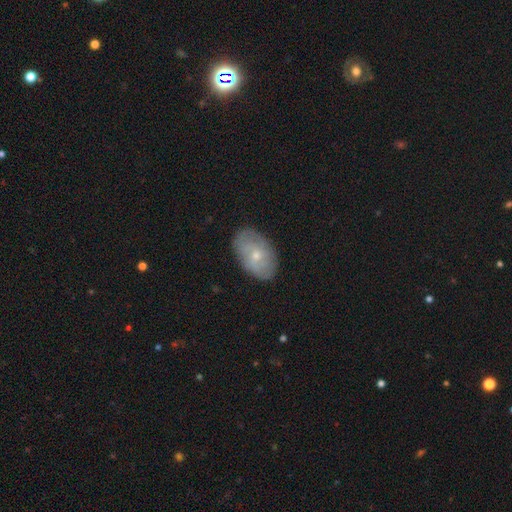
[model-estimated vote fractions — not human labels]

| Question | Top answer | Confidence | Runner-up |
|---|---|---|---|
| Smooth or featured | smooth | 53% | featured or disk (40%) |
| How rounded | in between | 90% | round (9%) |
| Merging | none | 80% | minor disturbance (16%) |